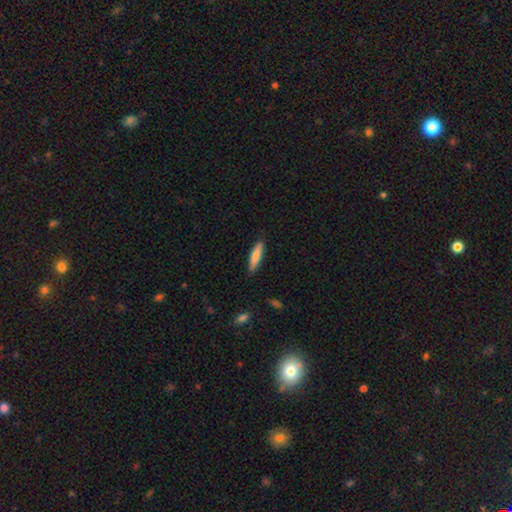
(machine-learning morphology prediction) smooth-or-featured: smooth: 81% | featured or disk: 13% | star or artifact: 6%
  how-rounded: cigar-shaped: 77% | in between: 21% | round: 1%
  merging: none: 87% | minor disturbance: 10% | major disturbance: 2% | merger: 1%